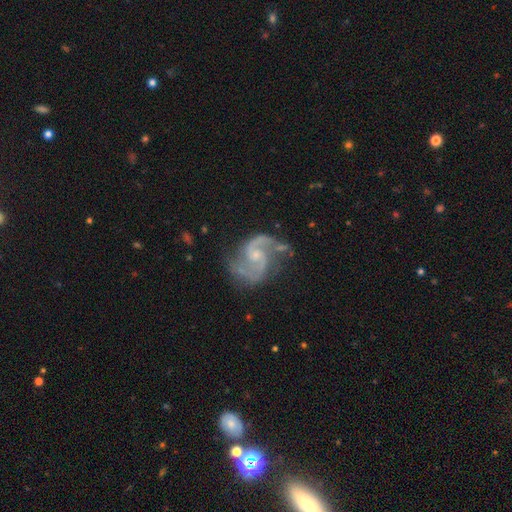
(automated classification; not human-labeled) The model was most divided on "bar": no: 51%, weak: 41%, strong: 8%. More confident: edge-on disk — no (98%); spiral arms — yes (98%); spiral arm count — 2 (92%); smooth or featured — featured or disk (92%); merging — none (65%); bulge size — small (60%); spiral winding — medium (60%).